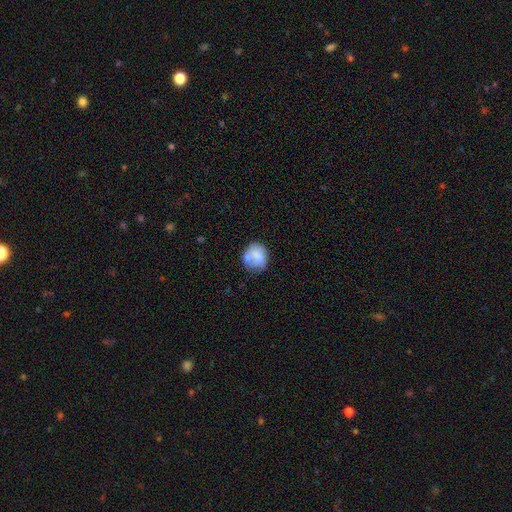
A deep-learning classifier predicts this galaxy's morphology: This is likely a smooth galaxy (71%). How rounded: likely round (76%). Merging: possibly none (54%).